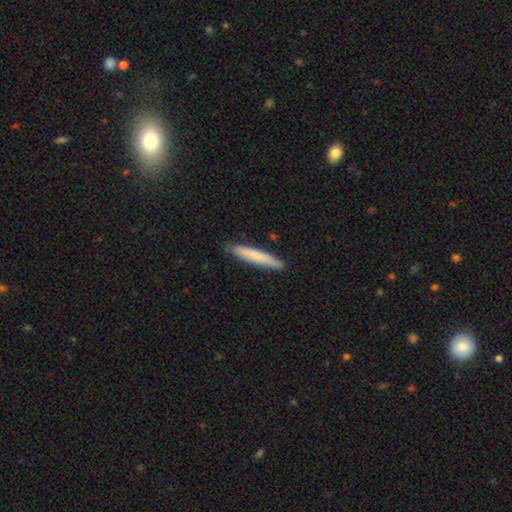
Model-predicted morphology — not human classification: Smooth or featured: smooth — 75% (featured or disk — 19%)
How rounded: cigar-shaped — 94% (in between — 5%)
Merging: none — 88% (minor disturbance — 9%)